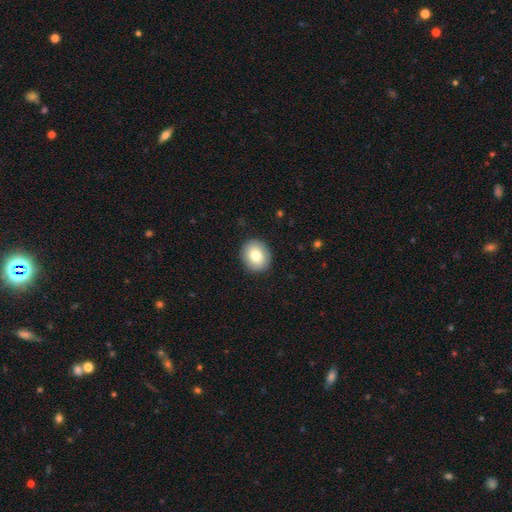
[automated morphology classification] Smooth or featured? smooth (79%)
How rounded? round (64%)
Merging? none (90%)